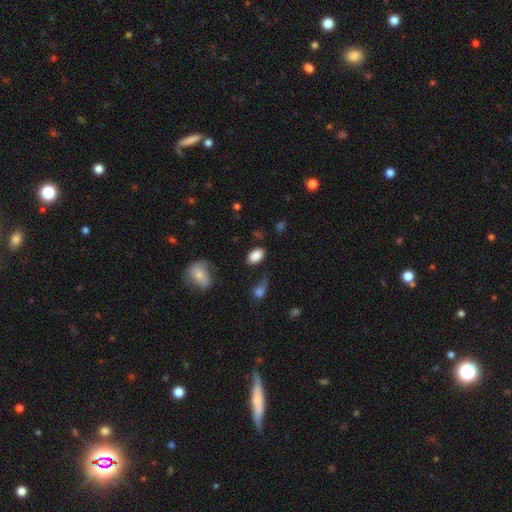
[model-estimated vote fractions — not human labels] The model was most divided on "merging": none: 72%, minor disturbance: 16%, major disturbance: 8%, merger: 4%. More confident: how rounded — in between (91%); smooth or featured — smooth (86%).